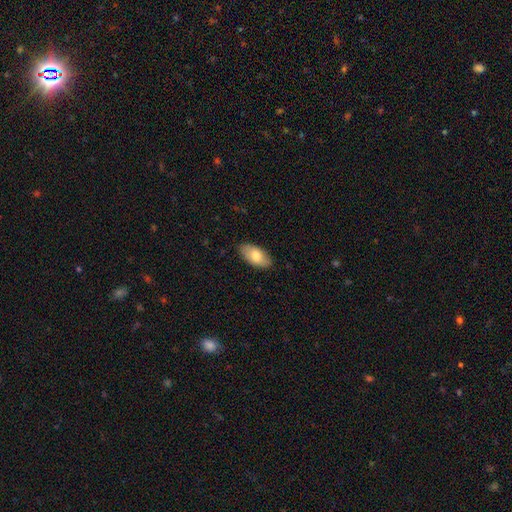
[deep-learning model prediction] Smooth or featured: smooth — 75% (featured or disk — 20%)
How rounded: in between — 94% (cigar-shaped — 3%)
Merging: none — 85% (minor disturbance — 12%)